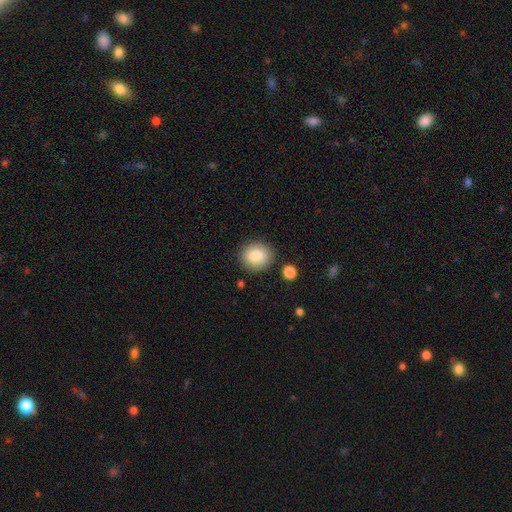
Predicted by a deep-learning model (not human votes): smooth-or-featured: smooth: 84% | featured or disk: 8% | star or artifact: 8%
  how-rounded: round: 76% | in between: 23% | cigar-shaped: 1%
  merging: none: 86% | minor disturbance: 9% | merger: 3% | major disturbance: 3%